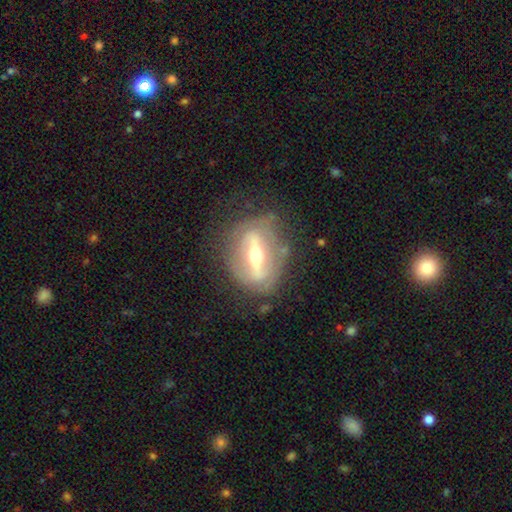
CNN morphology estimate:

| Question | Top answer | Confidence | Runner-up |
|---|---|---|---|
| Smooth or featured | featured or disk | 79% | smooth (15%) |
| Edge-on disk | no | 78% | yes (22%) |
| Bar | strong | 74% | weak (17%) |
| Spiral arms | no | 51% | yes (49%) |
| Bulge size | moderate | 64% | small (29%) |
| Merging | none | 68% | minor disturbance (19%) |